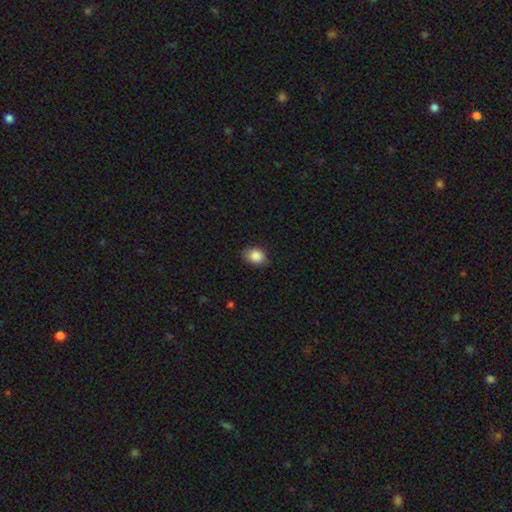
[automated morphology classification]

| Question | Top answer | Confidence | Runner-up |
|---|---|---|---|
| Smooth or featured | smooth | 87% | star or artifact (9%) |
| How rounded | in between | 62% | round (37%) |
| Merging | none | 80% | minor disturbance (16%) |